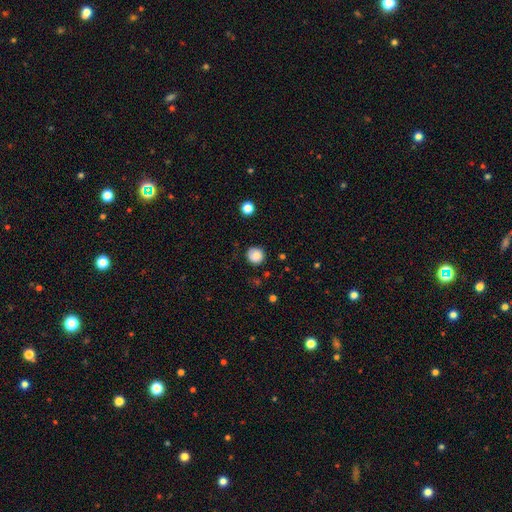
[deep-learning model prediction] Smooth or featured?
  - smooth: 85% *
  - star or artifact: 10%
  - featured or disk: 4%
How rounded?
  - round: 91% *
  - in between: 8%
  - cigar-shaped: 1%
Merging?
  - none: 81% *
  - minor disturbance: 13%
  - major disturbance: 4%
  - merger: 2%